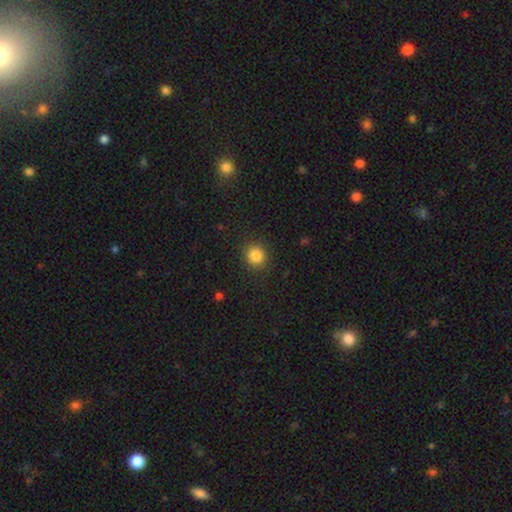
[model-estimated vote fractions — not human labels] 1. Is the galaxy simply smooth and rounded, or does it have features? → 84% smooth, 11% star or artifact, 5% featured or disk.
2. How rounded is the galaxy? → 88% round, 11% in between, 1% cigar-shaped.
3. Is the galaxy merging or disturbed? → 90% none, 7% minor disturbance, 2% major disturbance, 1% merger.